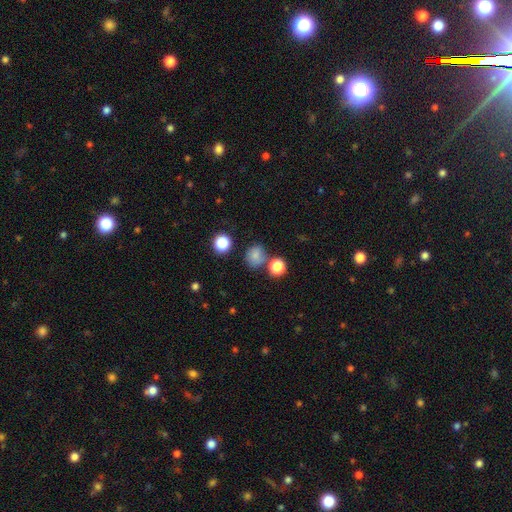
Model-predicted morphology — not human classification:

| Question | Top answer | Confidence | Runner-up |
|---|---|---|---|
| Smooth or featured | smooth | 76% | star or artifact (16%) |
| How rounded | round | 74% | in between (25%) |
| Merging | none | 68% | minor disturbance (15%) |